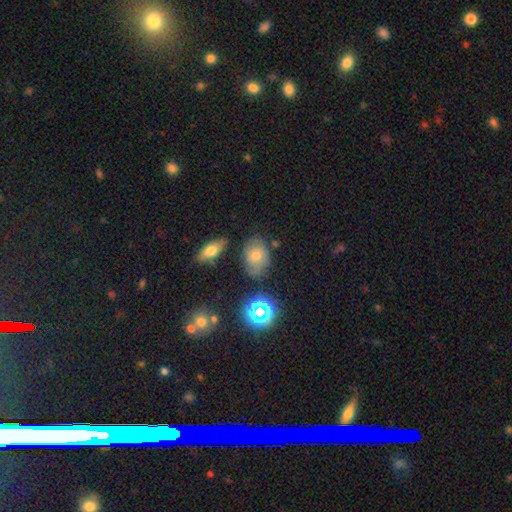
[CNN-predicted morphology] smooth-or-featured: smooth: 55% | featured or disk: 28% | star or artifact: 17%
  how-rounded: in between: 70% | round: 28% | cigar-shaped: 1%
  merging: none: 60% | minor disturbance: 25% | major disturbance: 8% | merger: 6%